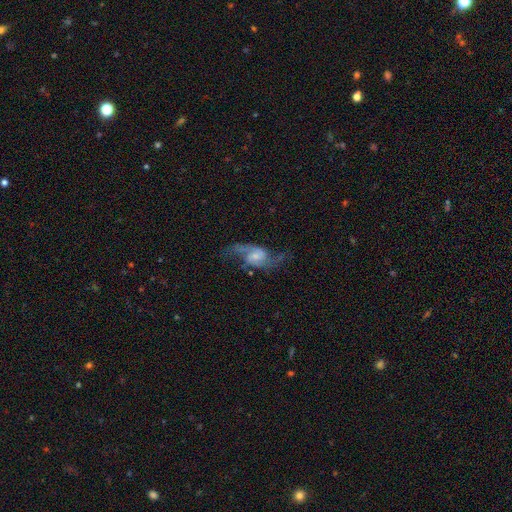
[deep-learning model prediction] Morphology: type=featured or disk (80%); edge-on=no (96%); bar=no (50%); spiral arms=yes (93%); winding=loose (66%); arm count=2 (91%); bulge=small (51%); merging=none (60%).